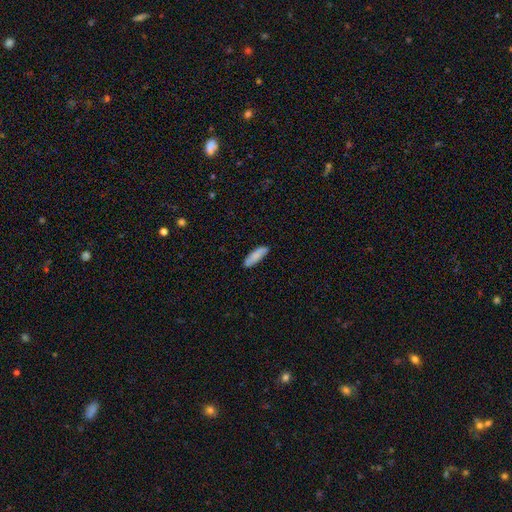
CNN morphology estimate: type=smooth (81%); roundness=cigar-shaped (58%); merging=none (83%).